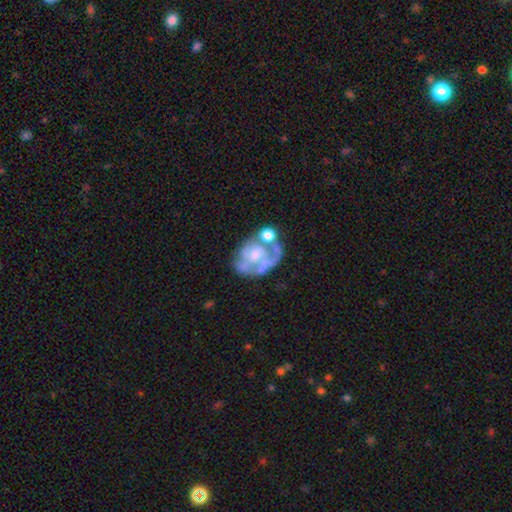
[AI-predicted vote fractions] smooth-or-featured: featured or disk: 71% | smooth: 21% | star or artifact: 8%
  disk-edge-on: no: 98% | yes: 2%
    bar: no: 79% | weak: 17% | strong: 4%
    has-spiral-arms: no: 54% | yes: 46%
    bulge-size: moderate: 38% | small: 32% | none: 21% | large: 7% | dominant: 2%
  merging: none: 33% | major disturbance: 24% | merger: 22% | minor disturbance: 20%